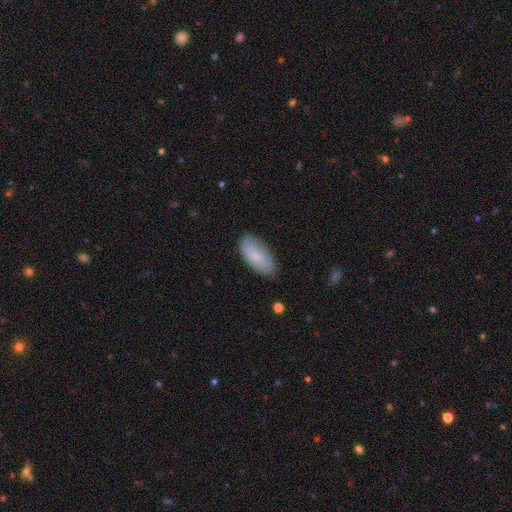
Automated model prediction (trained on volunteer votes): Smooth or featured? smooth (76%)
How rounded? in between (93%)
Merging? none (83%)